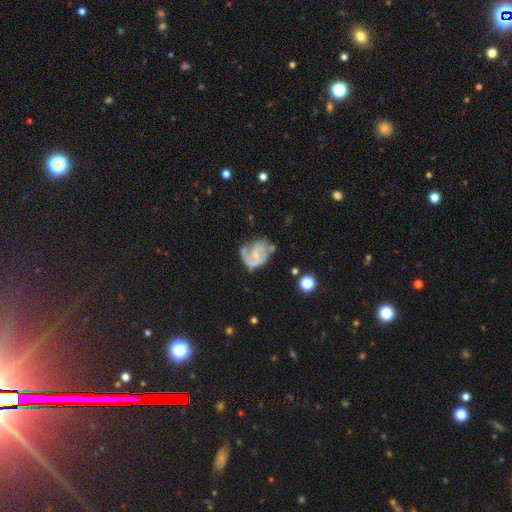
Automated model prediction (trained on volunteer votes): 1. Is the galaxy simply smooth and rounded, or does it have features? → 80% featured or disk, 14% smooth, 6% star or artifact.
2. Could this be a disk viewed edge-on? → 98% no, 2% yes.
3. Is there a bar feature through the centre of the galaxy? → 53% no, 39% weak, 8% strong.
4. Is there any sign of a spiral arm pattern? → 92% yes, 8% no.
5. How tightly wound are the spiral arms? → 46% medium, 36% tight, 17% loose.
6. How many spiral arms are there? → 61% 2, 13% 1, 13% can't tell, 10% 3, 2% 4, 2% more than 4.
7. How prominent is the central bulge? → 56% small, 22% none, 19% moderate, 2% large, 1% dominant.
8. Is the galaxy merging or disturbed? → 49% none, 26% minor disturbance, 19% major disturbance, 6% merger.